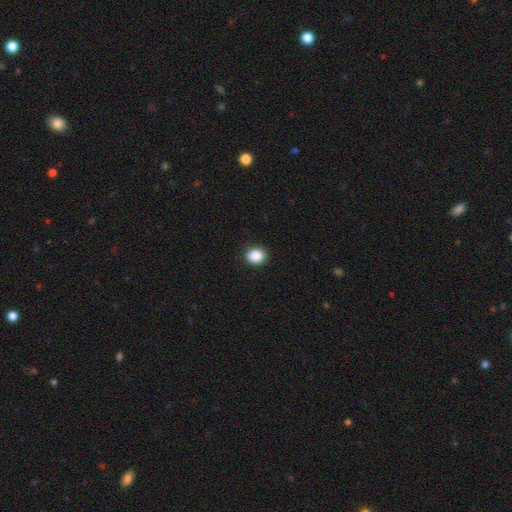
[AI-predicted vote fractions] smooth 89%, star or artifact 9%, featured or disk 3%. Down the decision tree: how rounded — round (66%); merging — none (90%).